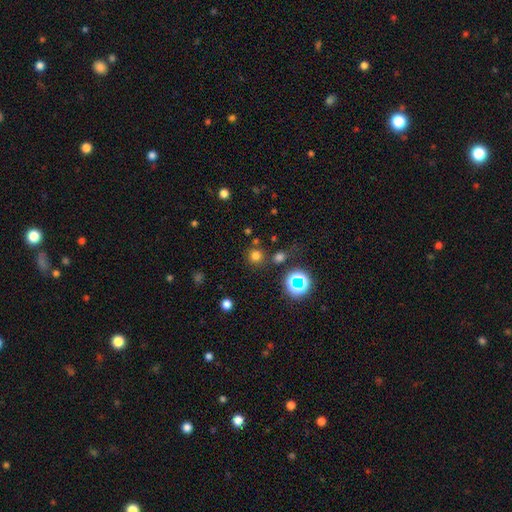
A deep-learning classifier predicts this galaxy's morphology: Smooth or featured?
  - smooth: 71% *
  - star or artifact: 23%
  - featured or disk: 6%
How rounded?
  - round: 93% *
  - in between: 6%
  - cigar-shaped: 1%
Merging?
  - none: 81% *
  - merger: 8%
  - minor disturbance: 8%
  - major disturbance: 4%